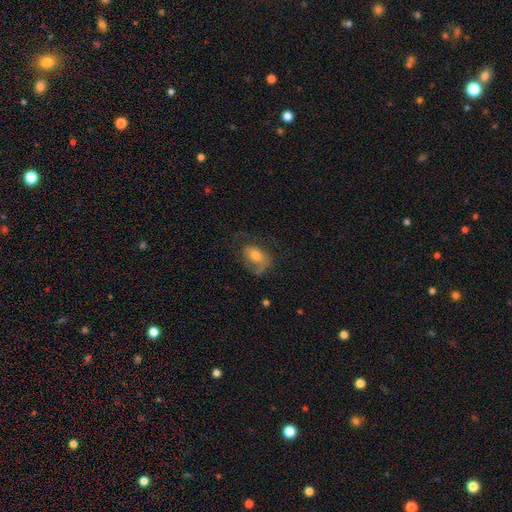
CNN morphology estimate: A smooth galaxy with no disk features (52%) that is in between round and cigar-shaped (76%). Merging: none (45%).